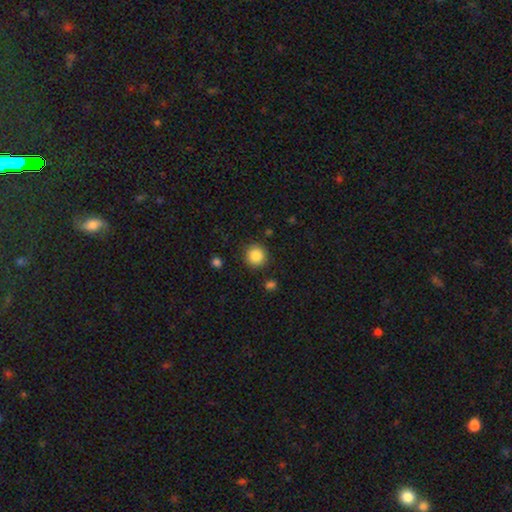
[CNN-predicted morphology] A smooth galaxy with no disk features (87%) that is round (93%).

Vote fractions:
- Smooth or featured? smooth: 87% / star or artifact: 9% / featured or disk: 4%
- How rounded? round: 93% / in between: 6% / cigar-shaped: 1%
- Merging? none: 88% / minor disturbance: 7% / major disturbance: 3% / merger: 2%